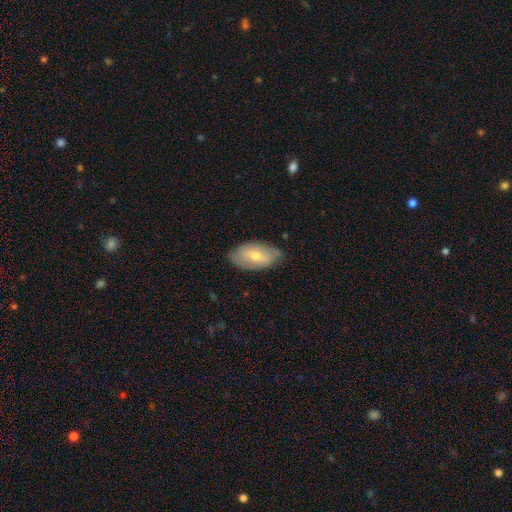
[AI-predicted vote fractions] Q: Smooth or featured?
A: smooth (50%); runner-up: featured or disk (43%)
Q: How rounded?
A: in between (93%); runner-up: round (4%)
Q: Merging?
A: none (75%); runner-up: minor disturbance (20%)